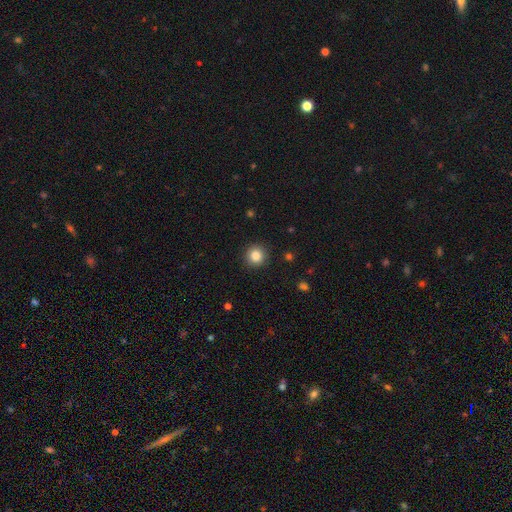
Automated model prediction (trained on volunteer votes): Smooth or featured?
  - smooth: 85% *
  - star or artifact: 10%
  - featured or disk: 5%
How rounded?
  - round: 94% *
  - in between: 5%
  - cigar-shaped: 1%
Merging?
  - none: 92% *
  - minor disturbance: 5%
  - major disturbance: 2%
  - merger: 1%